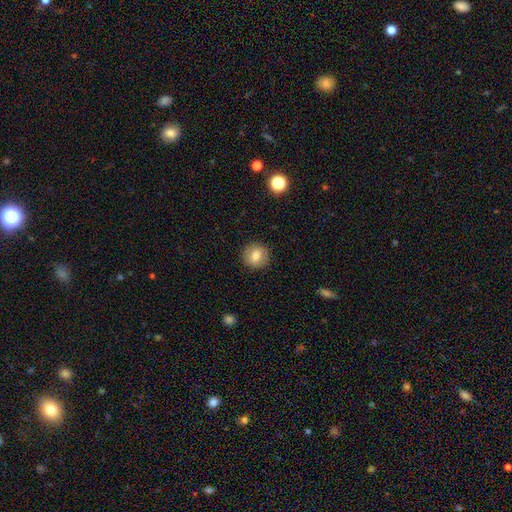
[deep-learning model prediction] smooth-or-featured: smooth: 79% | featured or disk: 12% | star or artifact: 9%
  how-rounded: round: 90% | in between: 9% | cigar-shaped: 1%
  merging: none: 90% | minor disturbance: 7% | major disturbance: 2% | merger: 1%